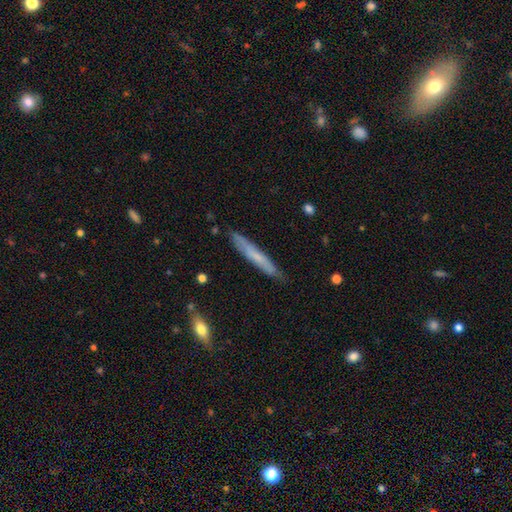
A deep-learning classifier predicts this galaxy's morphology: Smooth or featured? Predicted: smooth (p=0.54). How rounded? Predicted: cigar-shaped (p=0.94). Merging? Predicted: none (p=0.82).